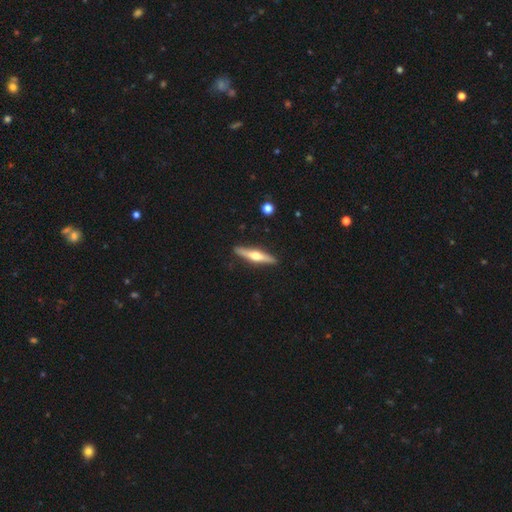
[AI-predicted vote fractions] smooth_or_featured: featured or disk (p=0.63) [alt: smooth p=0.32]
disk_edge_on: yes (p=0.96) [alt: no p=0.04]
edge_on_bulge: rounded (p=0.93) [alt: none p=0.04]
merging: none (p=0.90) [alt: minor disturbance p=0.07]